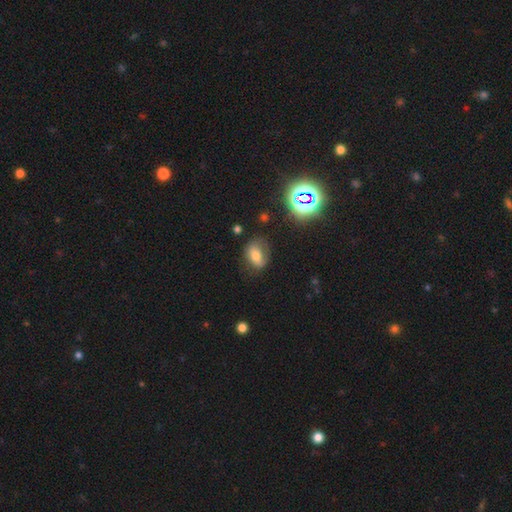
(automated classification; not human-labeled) smooth-or-featured: smooth: 61% | featured or disk: 24% | star or artifact: 15%
  how-rounded: in between: 77% | round: 20% | cigar-shaped: 3%
  merging: none: 58% | minor disturbance: 27% | major disturbance: 12% | merger: 3%